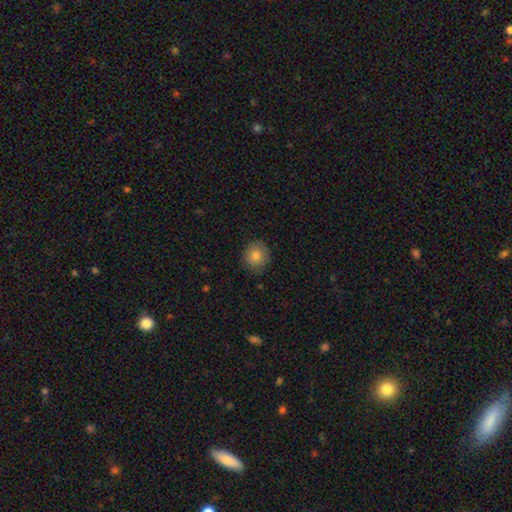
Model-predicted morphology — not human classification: A smooth galaxy with no disk features (81%) that is round (86%). Merging: none (88%).